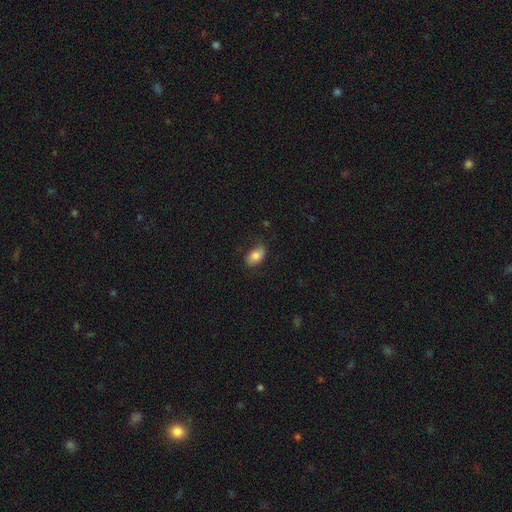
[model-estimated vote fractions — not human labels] A smooth galaxy with no disk features (81%) that is in between round and cigar-shaped (91%). Merging: none (76%).